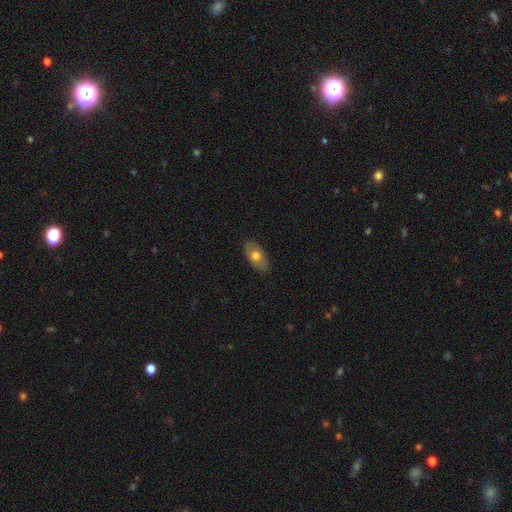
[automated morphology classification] Smooth or featured: smooth — 63% (featured or disk — 31%)
How rounded: in between — 91% (round — 6%)
Merging: none — 83% (minor disturbance — 13%)